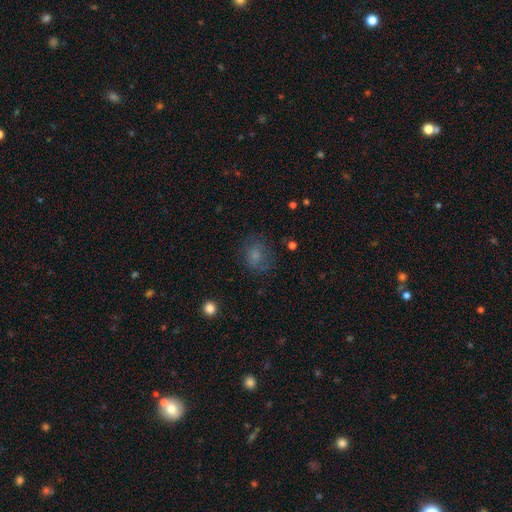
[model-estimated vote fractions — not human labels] This appears to be a smooth galaxy with no disk features (69%) that is round (57%). Merging: none (65%).